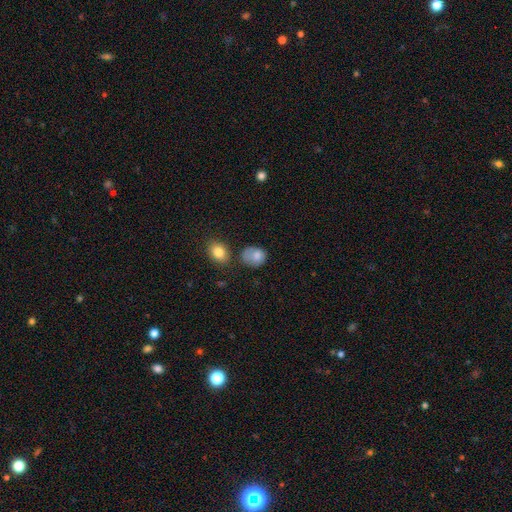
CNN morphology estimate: Smooth or featured: smooth — 79% (featured or disk — 11%)
How rounded: round — 51% (in between — 48%)
Merging: none — 45% (minor disturbance — 31%)